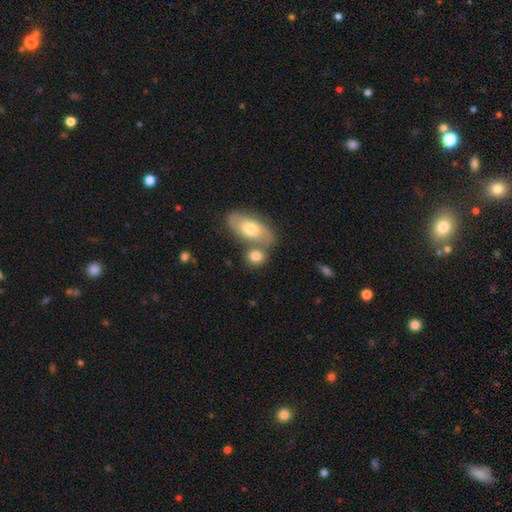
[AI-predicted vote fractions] The model was most divided on "merging": none: 48%, merger: 37%, minor disturbance: 11%, major disturbance: 4%. More confident: smooth or featured — smooth (76%); how rounded — in between (59%).